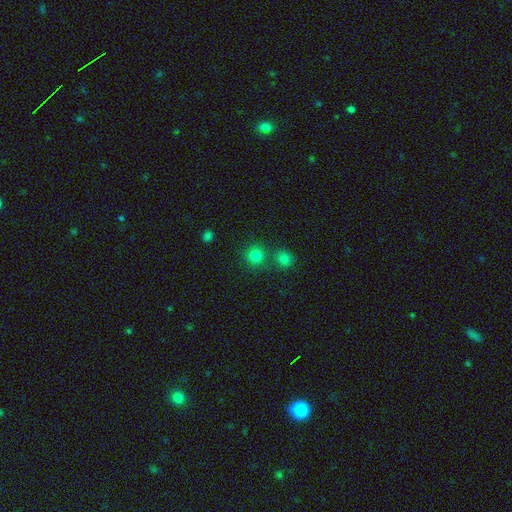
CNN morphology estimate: The model was most divided on "merging": none: 69%, merger: 22%, minor disturbance: 7%, major disturbance: 3%. More confident: how rounded — round (92%); smooth or featured — smooth (80%).